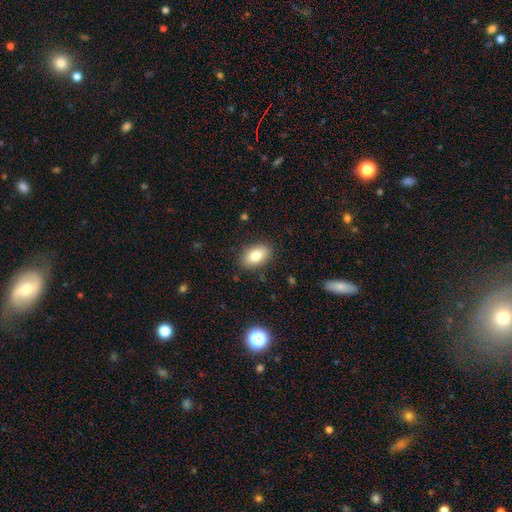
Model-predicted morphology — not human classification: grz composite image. It shows a smooth galaxy with no disk features (80%) that is in between round and cigar-shaped (88%). Merging: none (87%).